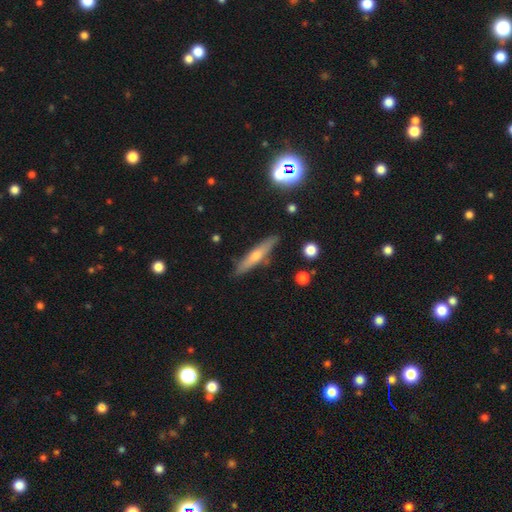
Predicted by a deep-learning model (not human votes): A featured or disk galaxy (49%).

Vote fractions:
- Smooth or featured? featured or disk: 49% / smooth: 43% / star or artifact: 8%
- Merging? none: 86% / minor disturbance: 10% / merger: 2% / major disturbance: 2%